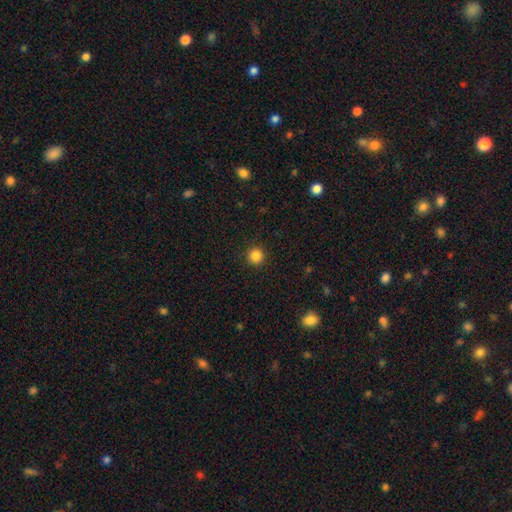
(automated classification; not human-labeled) A smooth galaxy with no disk features (85%) that is round (95%).

Vote fractions:
- Smooth or featured? smooth: 85% / star or artifact: 12% / featured or disk: 3%
- How rounded? round: 95% / in between: 4% / cigar-shaped: 1%
- Merging? none: 92% / minor disturbance: 5% / major disturbance: 2% / merger: 1%